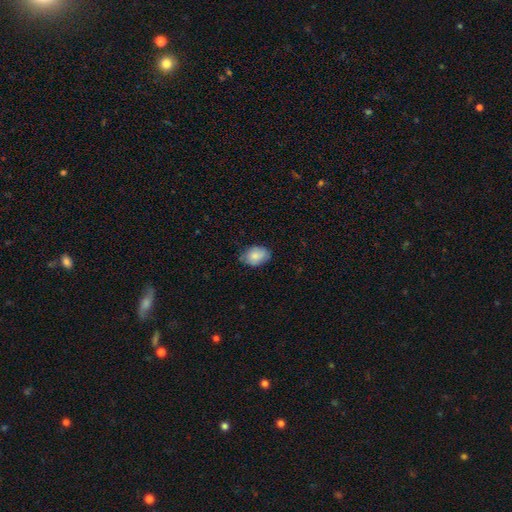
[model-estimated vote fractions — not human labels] Smooth or featured: smooth — 81% (featured or disk — 12%)
How rounded: in between — 78% (round — 21%)
Merging: none — 67% (minor disturbance — 27%)